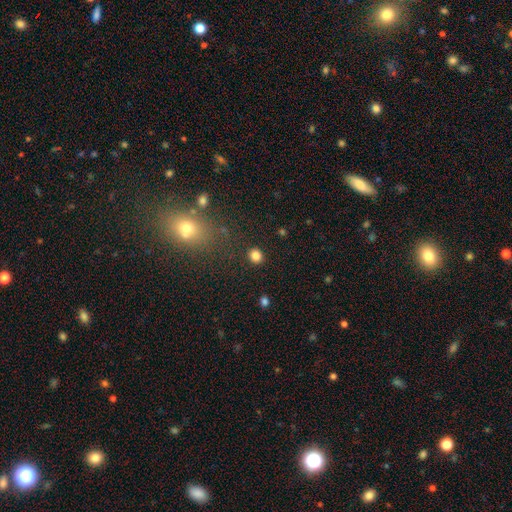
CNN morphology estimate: Smooth or featured?
  - smooth: 82% *
  - star or artifact: 13%
  - featured or disk: 5%
How rounded?
  - round: 83% *
  - in between: 16%
  - cigar-shaped: 1%
Merging?
  - none: 89% *
  - minor disturbance: 6%
  - major disturbance: 2%
  - merger: 2%